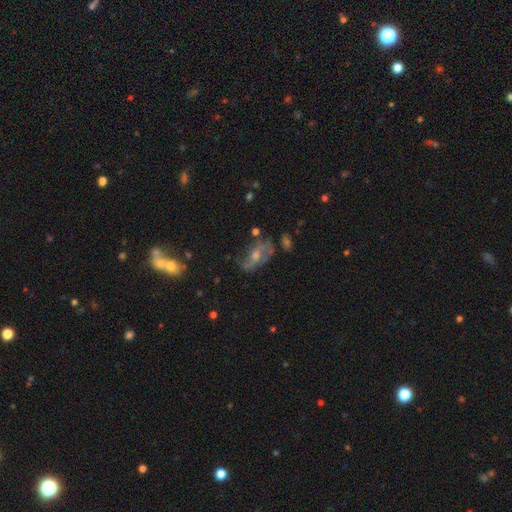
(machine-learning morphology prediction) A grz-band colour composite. It shows a featured or disk galaxy (67%) with no bar (51%), spiral arms (75%) and a moderate central bulge (54%). Merging: none (53%).